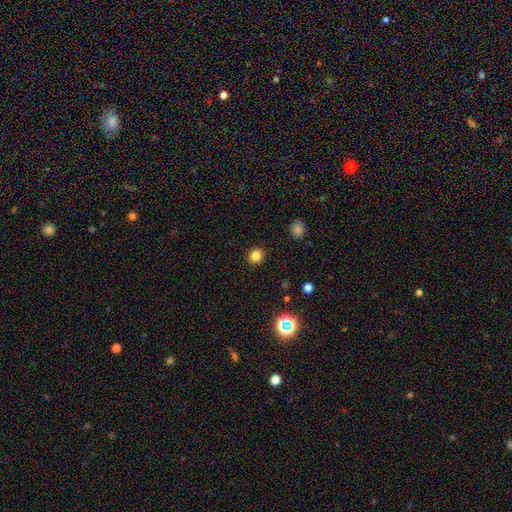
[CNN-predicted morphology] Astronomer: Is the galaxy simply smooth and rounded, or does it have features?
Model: smooth — 81%.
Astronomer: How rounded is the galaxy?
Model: round — 82%.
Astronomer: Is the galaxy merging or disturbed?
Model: none — 91%.